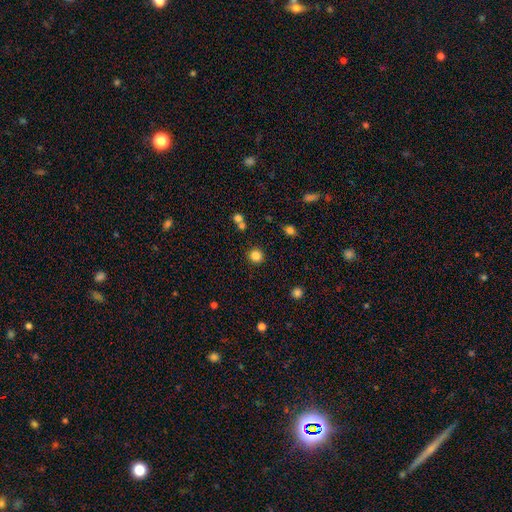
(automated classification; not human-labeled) Smooth or featured? Predicted: smooth (p=0.84). How rounded? Predicted: round (p=0.94). Merging? Predicted: none (p=0.88).